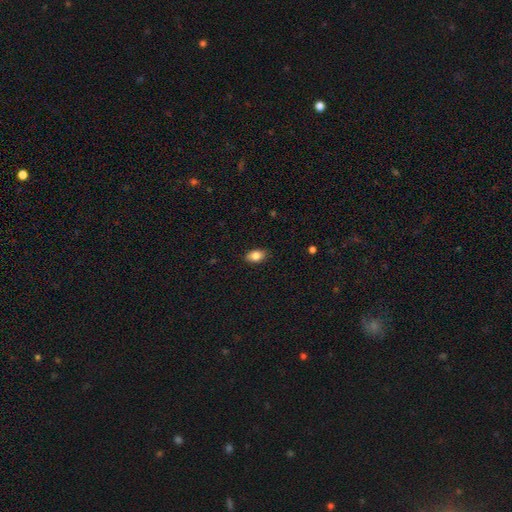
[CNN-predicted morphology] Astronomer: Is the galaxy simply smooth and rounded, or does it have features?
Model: smooth — 84%.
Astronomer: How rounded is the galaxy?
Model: in between — 87%.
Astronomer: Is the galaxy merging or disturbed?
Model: none — 87%.